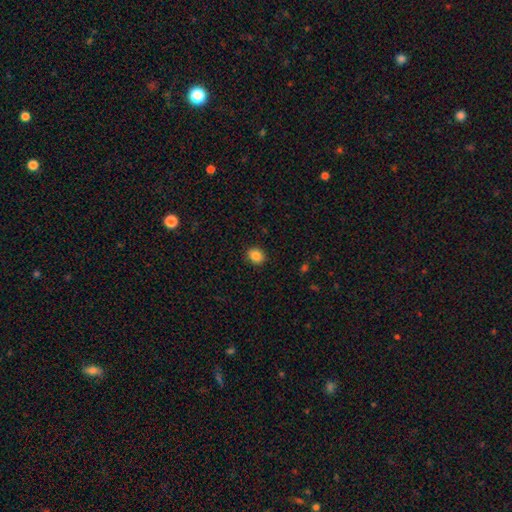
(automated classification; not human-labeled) Morphology: type=smooth (85%); roundness=round (63%); merging=none (90%).